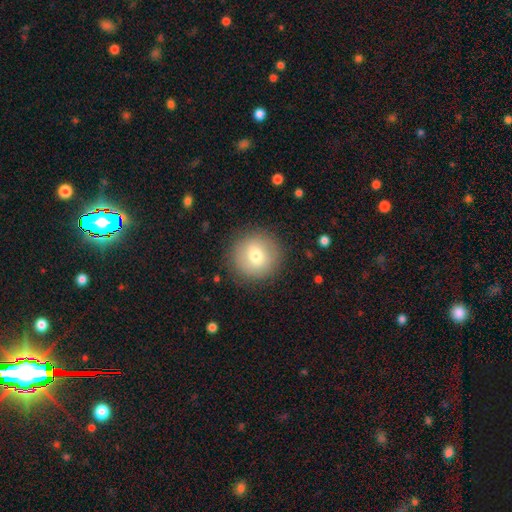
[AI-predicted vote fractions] A smooth galaxy with no disk features (72%) that is round (95%). Merging: none (88%).